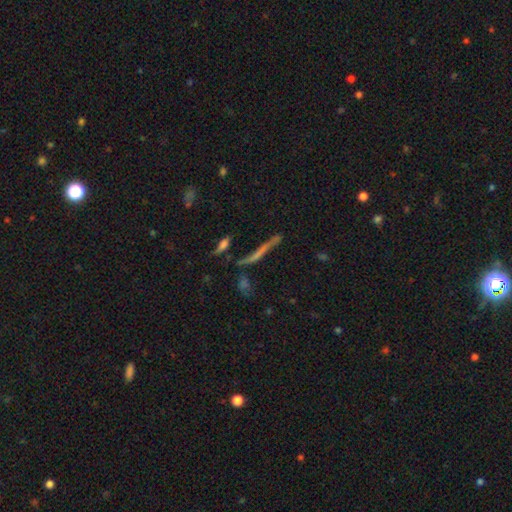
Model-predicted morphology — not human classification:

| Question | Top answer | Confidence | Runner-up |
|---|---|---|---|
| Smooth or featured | featured or disk | 52% | smooth (32%) |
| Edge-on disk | yes | 91% | no (9%) |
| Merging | none | 73% | minor disturbance (13%) |